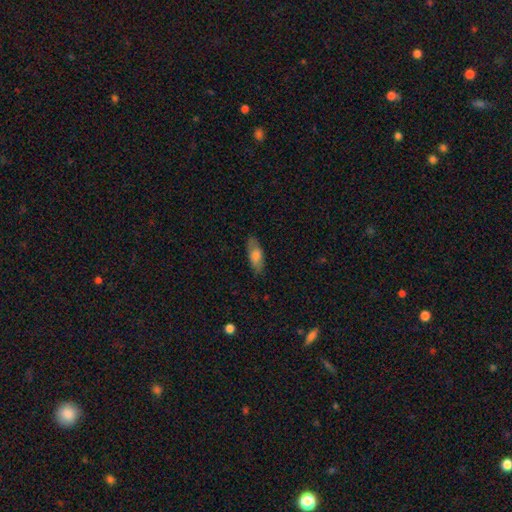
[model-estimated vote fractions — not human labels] smooth-or-featured: smooth: 73% | featured or disk: 21% | star or artifact: 6%
  how-rounded: in between: 74% | cigar-shaped: 24% | round: 2%
  merging: none: 82% | minor disturbance: 14% | major disturbance: 3% | merger: 1%